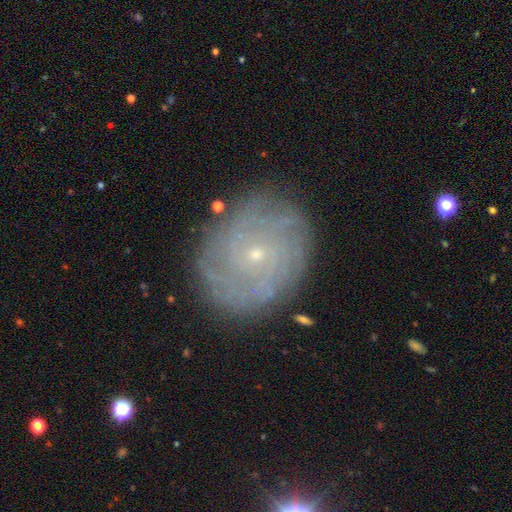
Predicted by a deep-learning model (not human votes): This is likely a featured or disk galaxy (74%). It is clearly not viewed edge-on (97%). Bar: likely no (79%). Spiral arm pattern: clearly yes (90%). Spiral arm count: marginally can't tell (42%). Spiral winding: likely tight (73%). Central bulge: clearly small (87%). Merging: clearly none (83%).